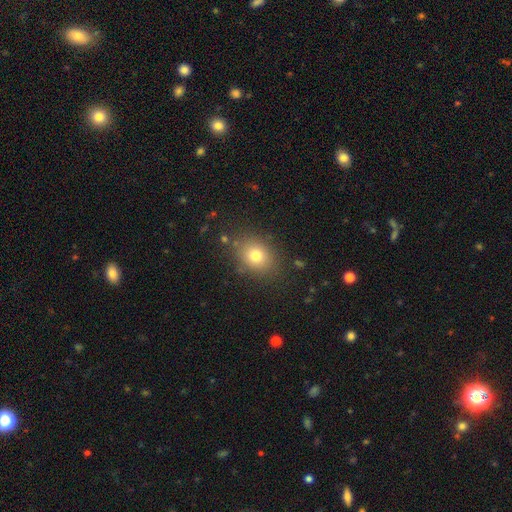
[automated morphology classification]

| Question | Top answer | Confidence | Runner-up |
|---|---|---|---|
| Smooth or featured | smooth | 77% | star or artifact (13%) |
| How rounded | in between | 50% | round (49%) |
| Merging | none | 83% | minor disturbance (11%) |